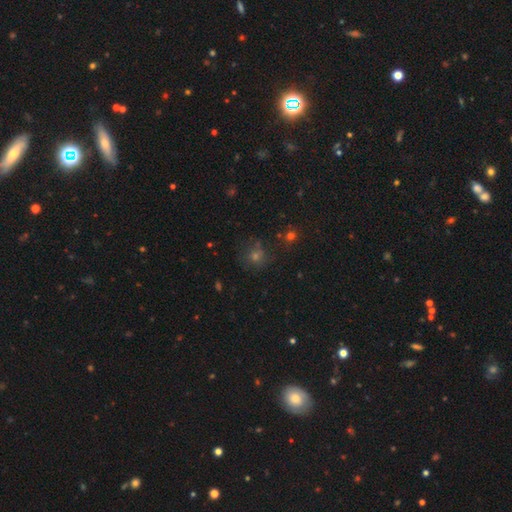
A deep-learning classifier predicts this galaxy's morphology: smooth_or_featured: smooth (p=0.47) [alt: star or artifact p=0.36]
merging: none (p=0.71) [alt: minor disturbance p=0.15]